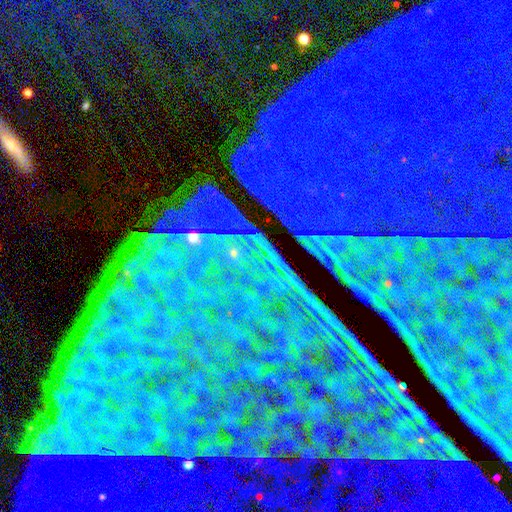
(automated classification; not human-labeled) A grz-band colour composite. It shows a star or artifact, not a galaxy (86%).